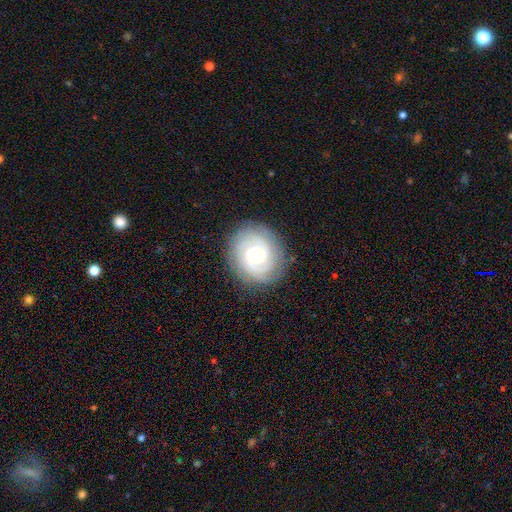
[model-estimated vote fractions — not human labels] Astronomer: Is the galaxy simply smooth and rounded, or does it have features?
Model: featured or disk — 80%.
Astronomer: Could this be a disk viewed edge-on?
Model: no — 97%.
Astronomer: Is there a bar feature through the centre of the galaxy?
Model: no — 48% (runner-up: weak, 43%).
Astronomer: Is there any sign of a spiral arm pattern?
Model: yes — 95%.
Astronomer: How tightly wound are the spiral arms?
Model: tight — 71%.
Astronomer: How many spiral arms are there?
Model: can't tell — 29% (runner-up: 3, 25%).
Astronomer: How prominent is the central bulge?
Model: moderate — 52% (runner-up: small, 44%).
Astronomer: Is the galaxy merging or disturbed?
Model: none — 85%.